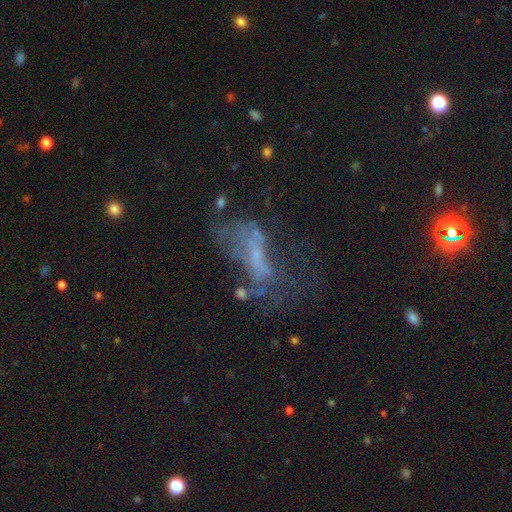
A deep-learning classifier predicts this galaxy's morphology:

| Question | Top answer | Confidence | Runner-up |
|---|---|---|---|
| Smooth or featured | featured or disk | 48% | smooth (27%) |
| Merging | major disturbance | 43% | none (30%) |